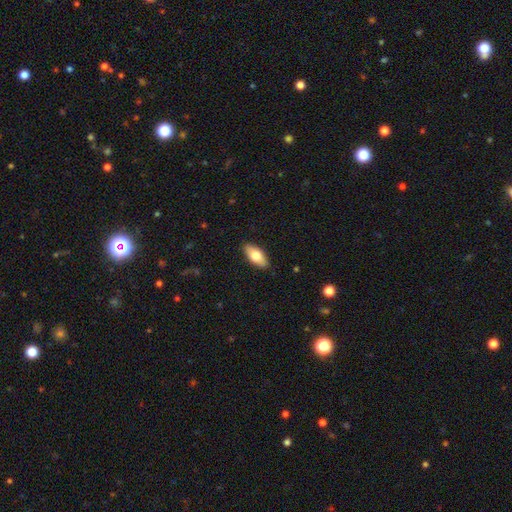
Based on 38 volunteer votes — Overall: smooth (82%). How rounded: in between (90%). Merging: none (92%).